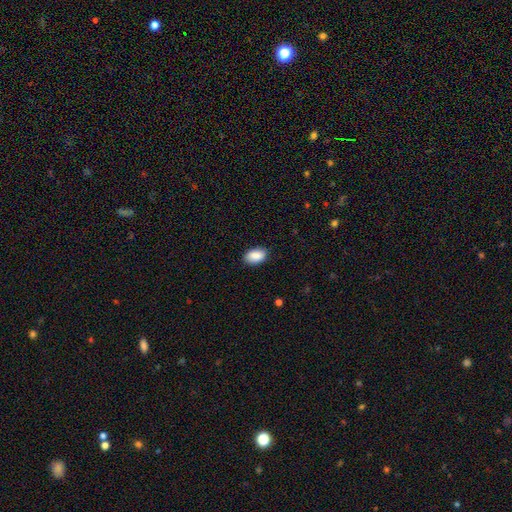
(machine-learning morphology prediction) type=smooth (90%); roundness=in between (91%); merging=none (86%).